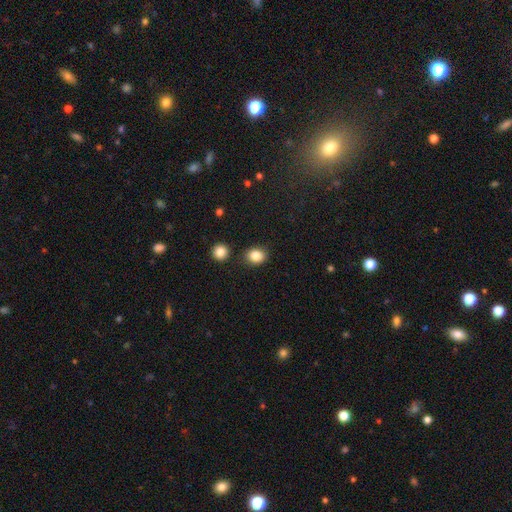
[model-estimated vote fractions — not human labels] Smooth or featured?
  - smooth: 85% *
  - star or artifact: 10%
  - featured or disk: 5%
How rounded?
  - round: 55% *
  - in between: 44%
  - cigar-shaped: 1%
Merging?
  - none: 84% *
  - minor disturbance: 9%
  - merger: 5%
  - major disturbance: 3%